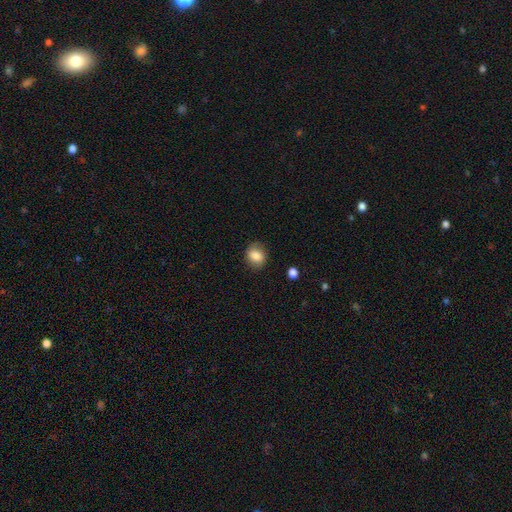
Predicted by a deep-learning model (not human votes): smooth-or-featured: smooth: 82% | featured or disk: 9% | star or artifact: 9%
  how-rounded: round: 65% | in between: 34% | cigar-shaped: 1%
  merging: none: 82% | minor disturbance: 13% | major disturbance: 4% | merger: 1%